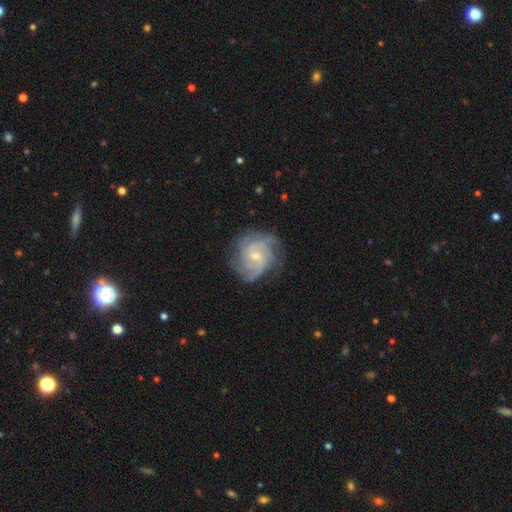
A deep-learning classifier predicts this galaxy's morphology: smooth_or_featured: featured or disk (p=0.87) [alt: smooth p=0.07]
disk_edge_on: no (p=0.98) [alt: yes p=0.02]
bar: no (p=0.56) [alt: weak p=0.38]
has_spiral_arms: yes (p=0.97) [alt: no p=0.03]
spiral_winding: tight (p=0.54) [alt: medium p=0.38]
spiral_arm_count: 3 (p=0.28) [alt: can't tell p=0.22]
bulge_size: small (p=0.68) [alt: moderate p=0.28]
merging: none (p=0.74) [alt: minor disturbance p=0.18]